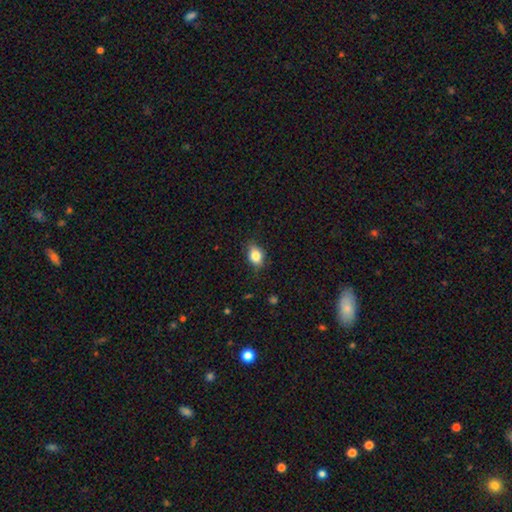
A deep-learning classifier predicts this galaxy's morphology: Overall: smooth (82%). How rounded: in between (71%). Merging: none (79%).